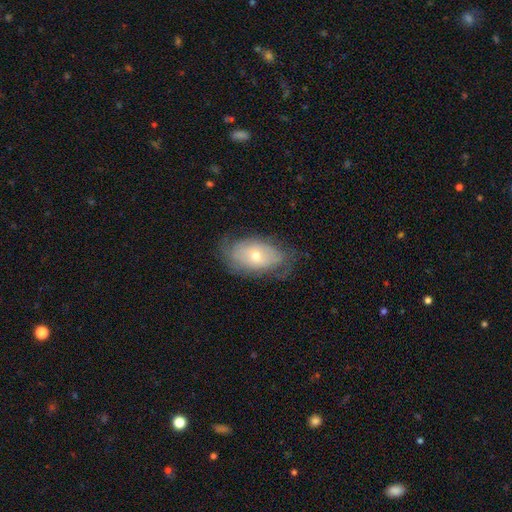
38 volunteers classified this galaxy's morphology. Smooth or featured: featured or disk — 55% (smooth — 39%)
Edge-on disk: no — 95% (yes — 5%)
Bar: no — 100%
Spiral arms: yes — 60% (no — 40%)
Spiral winding: tight — 75% (medium — 17%)
Spiral arm count: can't tell — 58% (more than 4 — 33%)
Bulge size: moderate — 75% (small — 20%)
Merging: none — 69% (minor disturbance — 22%)